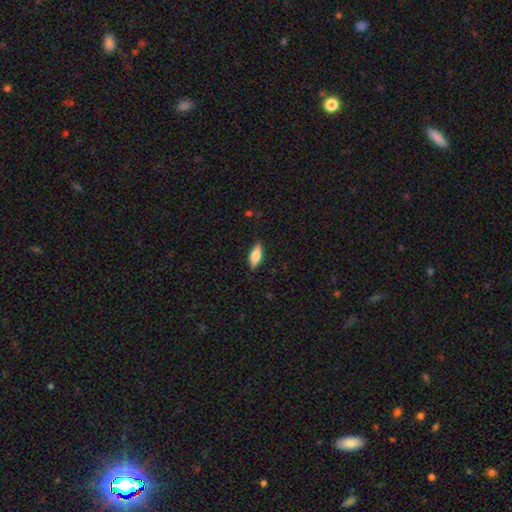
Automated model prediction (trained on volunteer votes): smooth_or_featured: smooth (p=0.68) [alt: featured or disk p=0.26]
how_rounded: in between (p=0.74) [alt: cigar-shaped p=0.23]
merging: none (p=0.86) [alt: minor disturbance p=0.11]